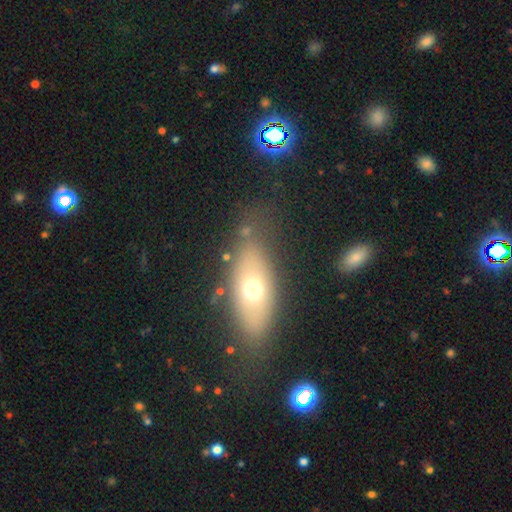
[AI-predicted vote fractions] Smooth or featured? Predicted: smooth (p=0.57). How rounded? Predicted: in between (p=0.69). Merging? Predicted: none (p=0.72).